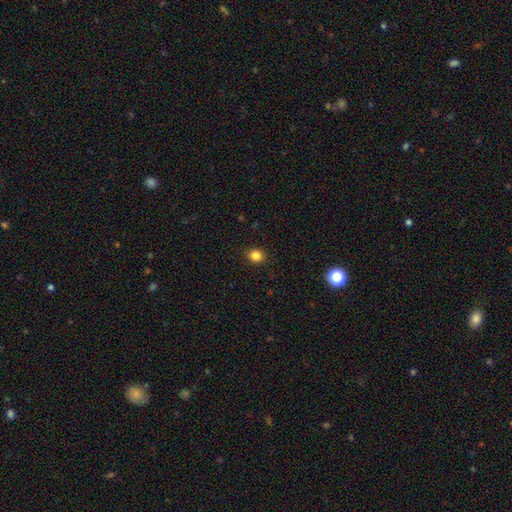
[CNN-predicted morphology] This appears to be a smooth galaxy with no disk features (84%) that is round (76%). Merging: none (91%).